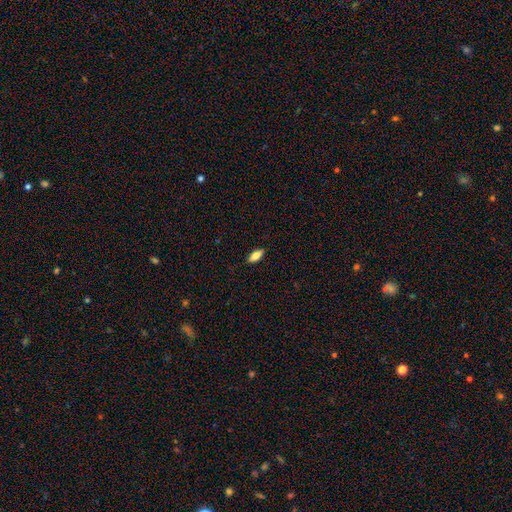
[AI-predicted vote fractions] Overall: smooth (73%). How rounded: in between (77%). Merging: none (87%).